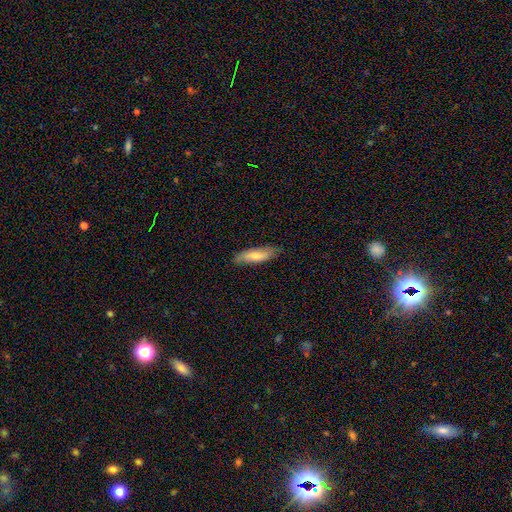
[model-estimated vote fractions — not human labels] Morphology: type=smooth (63%); roundness=cigar-shaped (52%); merging=none (78%).